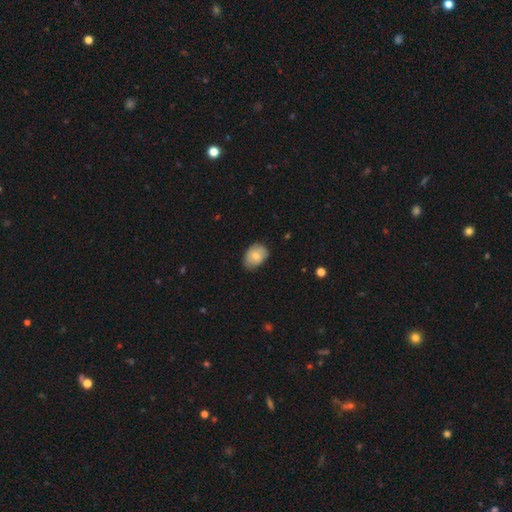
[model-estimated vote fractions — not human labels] Q: Smooth or featured?
A: smooth (68%); runner-up: featured or disk (25%)
Q: How rounded?
A: in between (73%); runner-up: round (26%)
Q: Merging?
A: none (72%); runner-up: minor disturbance (24%)